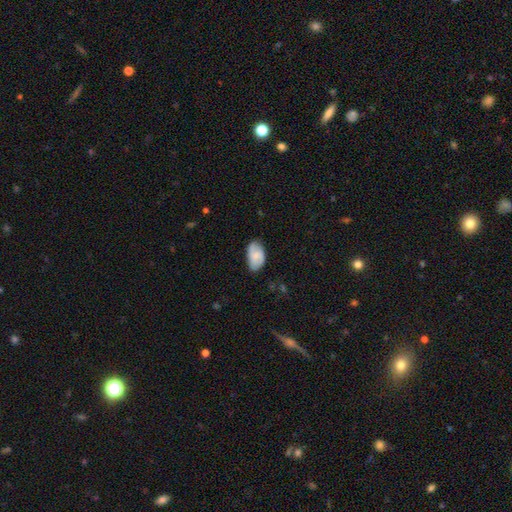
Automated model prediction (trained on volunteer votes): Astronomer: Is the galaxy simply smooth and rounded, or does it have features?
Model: smooth — 65%.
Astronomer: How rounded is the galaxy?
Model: in between — 92%.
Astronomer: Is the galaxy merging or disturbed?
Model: none — 67%.